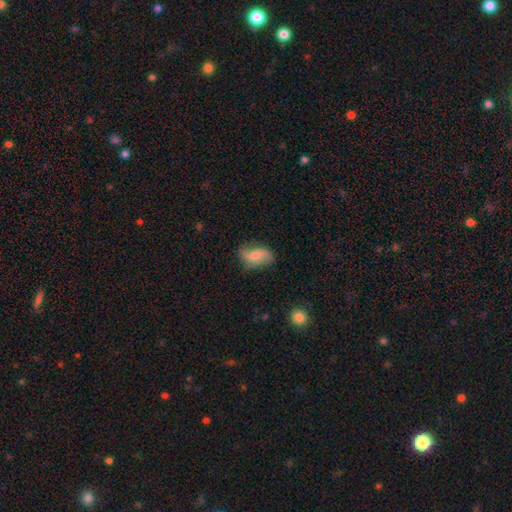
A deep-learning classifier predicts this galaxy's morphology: Overall: featured or disk (47%; smooth 45%). Merging: none (64%; minor disturbance 25%).